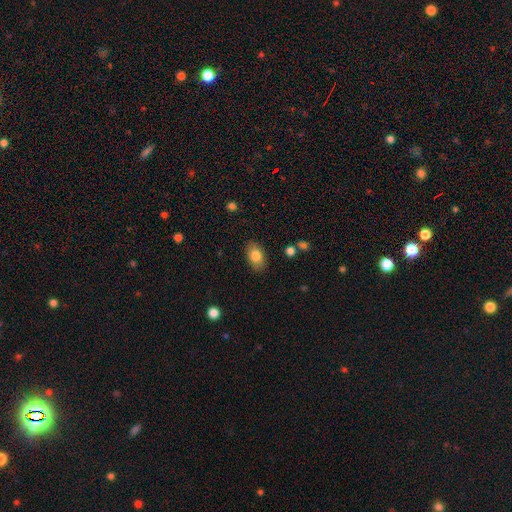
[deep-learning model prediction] This is clearly a smooth galaxy (81%). How rounded: clearly in between (89%). Merging: clearly none (86%).